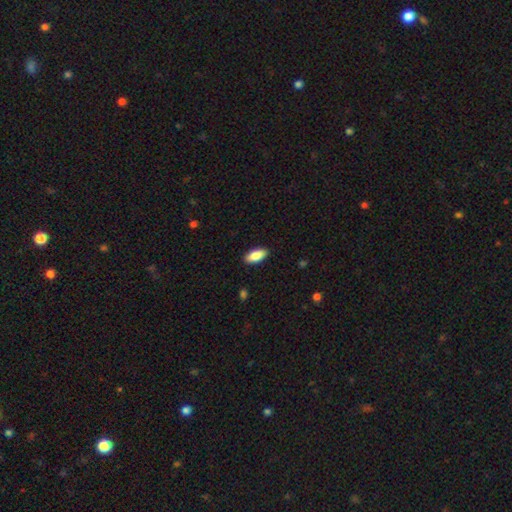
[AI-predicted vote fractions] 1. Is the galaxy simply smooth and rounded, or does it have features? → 86% smooth, 8% featured or disk, 6% star or artifact.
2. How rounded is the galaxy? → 90% in between, 8% cigar-shaped, 2% round.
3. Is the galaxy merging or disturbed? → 89% none, 8% minor disturbance, 2% major disturbance, 1% merger.